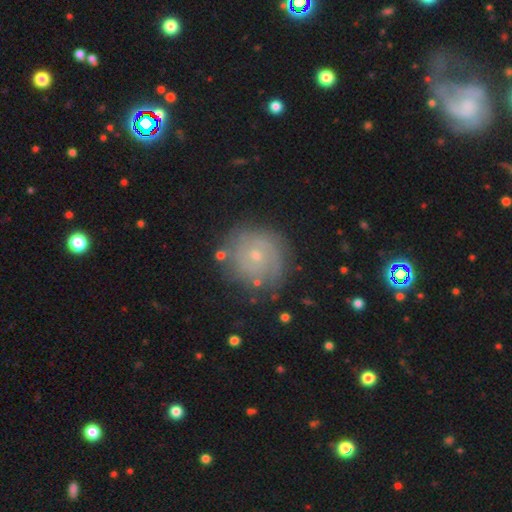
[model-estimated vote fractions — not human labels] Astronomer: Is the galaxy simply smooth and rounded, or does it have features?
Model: featured or disk — 63%.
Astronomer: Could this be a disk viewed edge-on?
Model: no — 97%.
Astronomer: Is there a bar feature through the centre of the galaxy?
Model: no — 77%.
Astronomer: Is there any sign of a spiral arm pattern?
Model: yes — 80%.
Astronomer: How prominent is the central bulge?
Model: small — 72%.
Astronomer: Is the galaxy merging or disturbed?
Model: none — 78%.